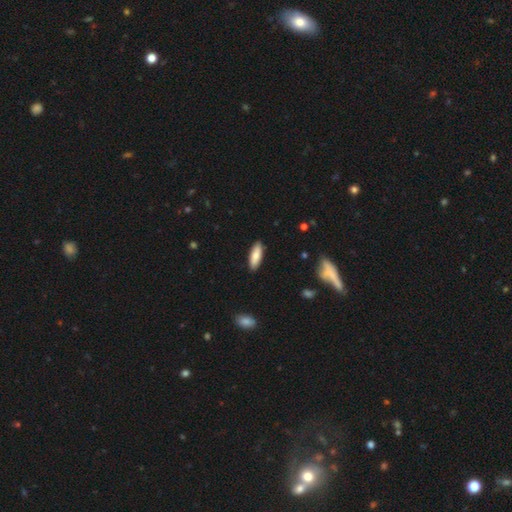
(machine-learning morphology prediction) Smooth or featured? Predicted: smooth (p=0.81). How rounded? Predicted: in between (p=0.63). Merging? Predicted: none (p=0.88).